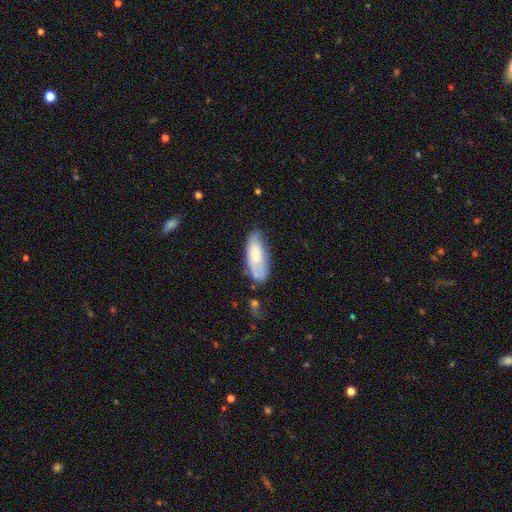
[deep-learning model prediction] Smooth or featured: smooth — 68% (featured or disk — 26%)
How rounded: in between — 80% (cigar-shaped — 19%)
Merging: none — 57% (minor disturbance — 28%)